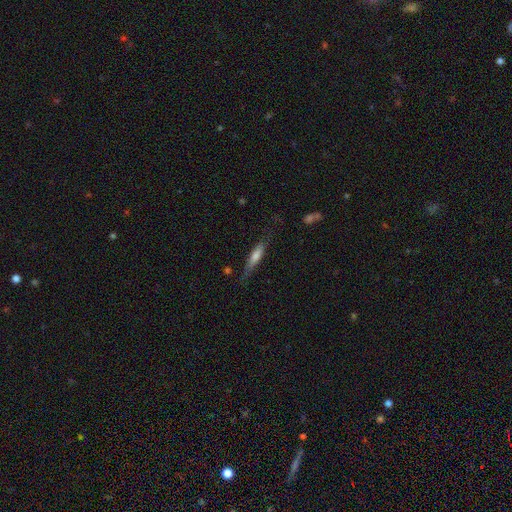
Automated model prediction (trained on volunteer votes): Morphology: type=smooth (55%); roundness=cigar-shaped (81%); merging=none (69%).